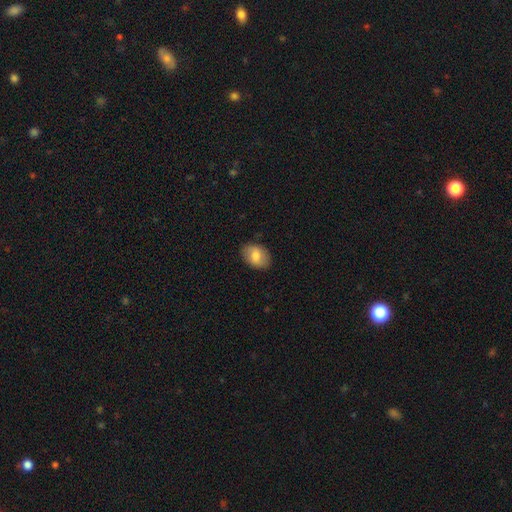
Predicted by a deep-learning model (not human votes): The model was most divided on "smooth or featured": smooth: 75%, featured or disk: 18%, star or artifact: 7%. More confident: merging — none (86%); how rounded — in between (80%).